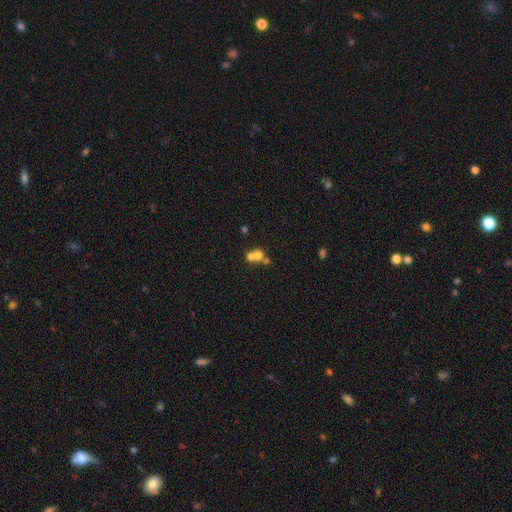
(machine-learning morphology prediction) This is likely a smooth galaxy (63%). How rounded: likely round (77%). Merging: likely merger (64%).